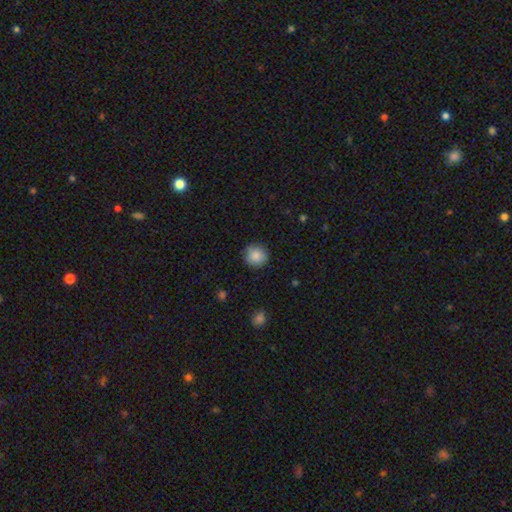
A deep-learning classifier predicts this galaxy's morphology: smooth 86%, star or artifact 8%, featured or disk 5%. Down the decision tree: how rounded — round (94%); merging — none (88%).